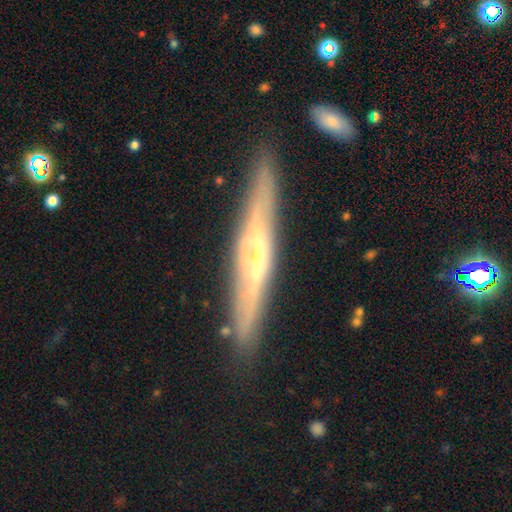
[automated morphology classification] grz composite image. It shows a featured or disk galaxy (75%) viewed edge-on (91%) with a rounded central bulge (61%). Merging: none (86%).